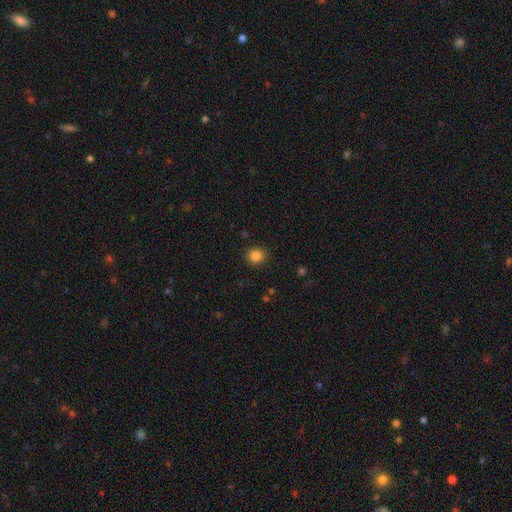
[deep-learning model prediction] smooth_or_featured: smooth (p=0.85) [alt: star or artifact p=0.12]
how_rounded: round (p=0.82) [alt: in between p=0.17]
merging: none (p=0.89) [alt: minor disturbance p=0.07]